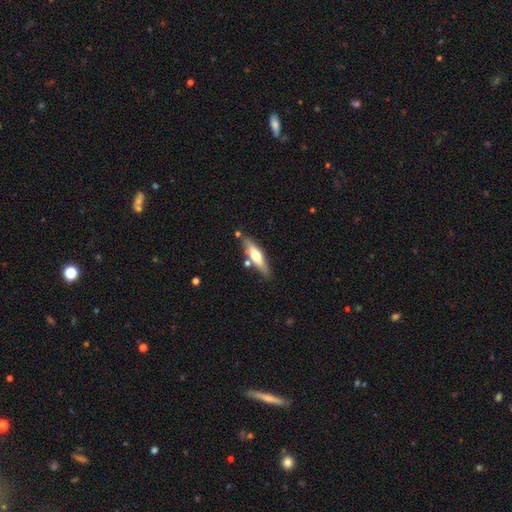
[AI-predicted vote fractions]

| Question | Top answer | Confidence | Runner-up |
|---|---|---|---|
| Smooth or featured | smooth | 50% | featured or disk (44%) |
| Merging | none | 75% | minor disturbance (14%) |